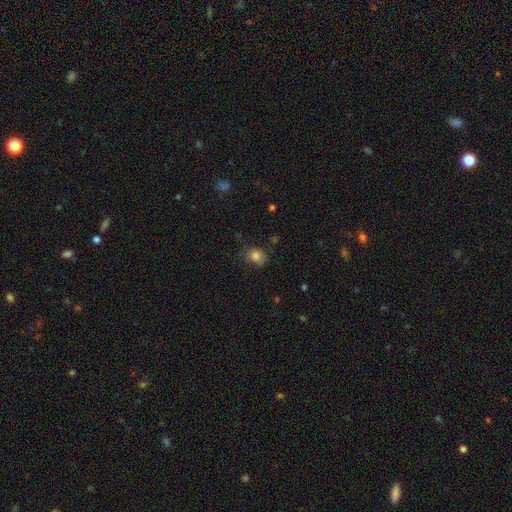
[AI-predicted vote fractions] smooth-or-featured: smooth: 82% | star or artifact: 11% | featured or disk: 7%
  how-rounded: round: 56% | in between: 43% | cigar-shaped: 1%
  merging: none: 64% | minor disturbance: 25% | major disturbance: 9% | merger: 2%